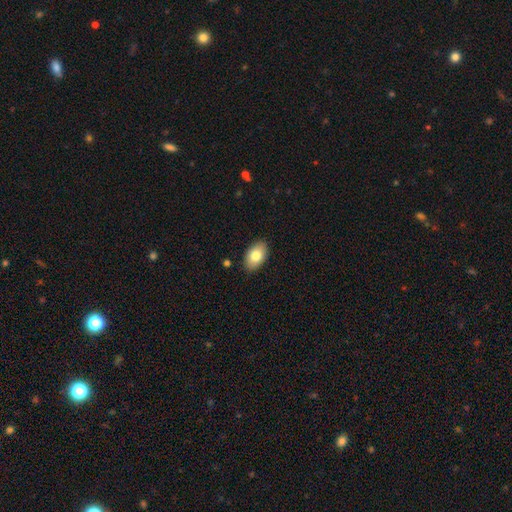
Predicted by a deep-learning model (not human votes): smooth-or-featured: smooth: 79% | featured or disk: 14% | star or artifact: 7%
  how-rounded: in between: 92% | round: 7% | cigar-shaped: 1%
  merging: none: 88% | minor disturbance: 9% | major disturbance: 2% | merger: 1%